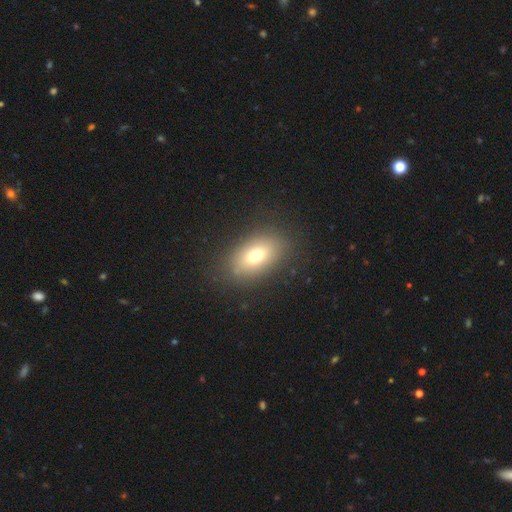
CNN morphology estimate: smooth_or_featured: smooth (p=0.71) [alt: featured or disk p=0.17]
how_rounded: in between (p=0.85) [alt: round p=0.13]
merging: none (p=0.84) [alt: minor disturbance p=0.10]